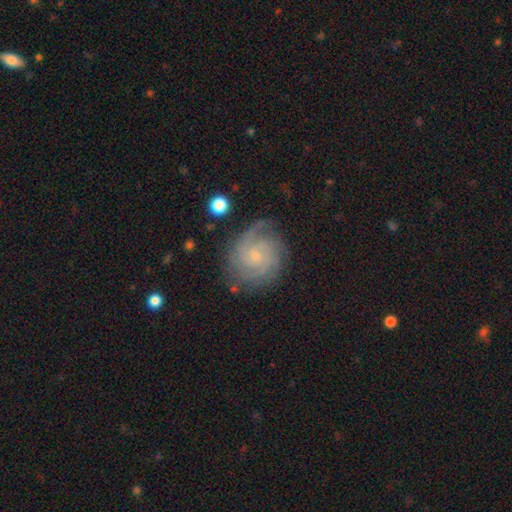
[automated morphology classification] smooth_or_featured: featured or disk (p=0.82) [alt: smooth p=0.11]
disk_edge_on: no (p=0.98) [alt: yes p=0.02]
bar: no (p=0.68) [alt: weak p=0.29]
has_spiral_arms: yes (p=0.97) [alt: no p=0.03]
spiral_winding: tight (p=0.62) [alt: medium p=0.31]
spiral_arm_count: 2 (p=0.29) [alt: 3 p=0.25]
bulge_size: small (p=0.77) [alt: moderate p=0.15]
merging: none (p=0.75) [alt: minor disturbance p=0.17]